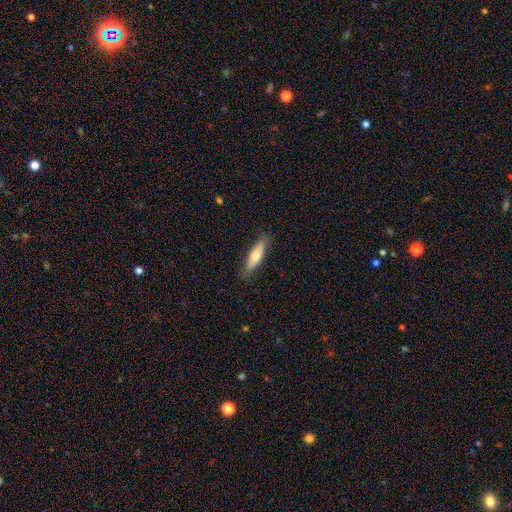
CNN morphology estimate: A smooth galaxy with no disk features (60%) that is cigar-shaped (69%).

Vote fractions:
- Smooth or featured? smooth: 60% / featured or disk: 34% / star or artifact: 6%
- How rounded? cigar-shaped: 69% / in between: 30% / round: 2%
- Merging? none: 83% / minor disturbance: 13% / major disturbance: 3% / merger: 1%